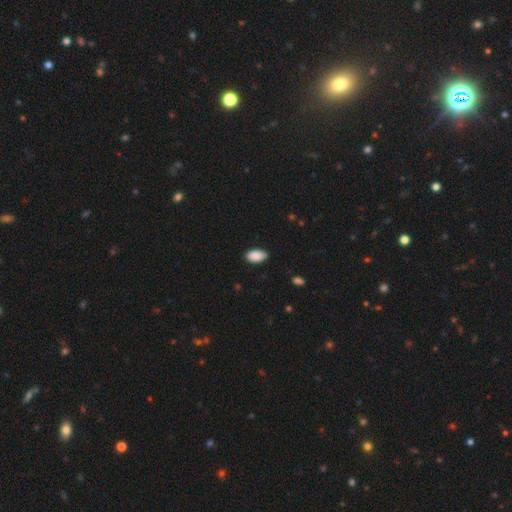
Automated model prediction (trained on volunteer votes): A smooth galaxy with no disk features (90%) that is in between round and cigar-shaped (94%).

Vote fractions:
- Smooth or featured? smooth: 90% / star or artifact: 7% / featured or disk: 3%
- How rounded? in between: 94% / round: 3% / cigar-shaped: 2%
- Merging? none: 85% / minor disturbance: 12% / major disturbance: 2% / merger: 1%